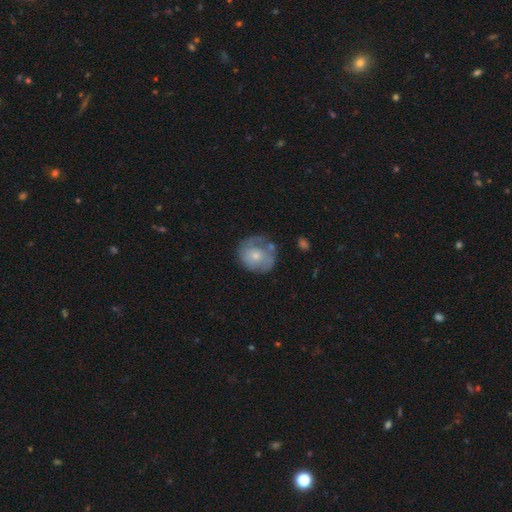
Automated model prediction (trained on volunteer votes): smooth-or-featured: smooth: 53% | featured or disk: 41% | star or artifact: 7%
  how-rounded: round: 80% | in between: 19% | cigar-shaped: 1%
  merging: none: 54% | minor disturbance: 26% | major disturbance: 12% | merger: 7%